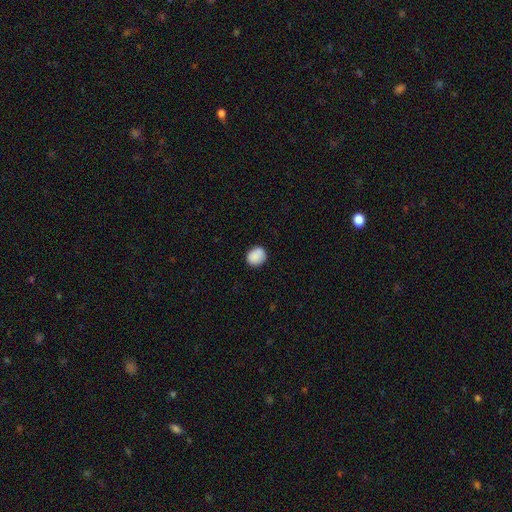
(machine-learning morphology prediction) Smooth or featured? smooth (88%)
How rounded? round (73%)
Merging? none (83%)